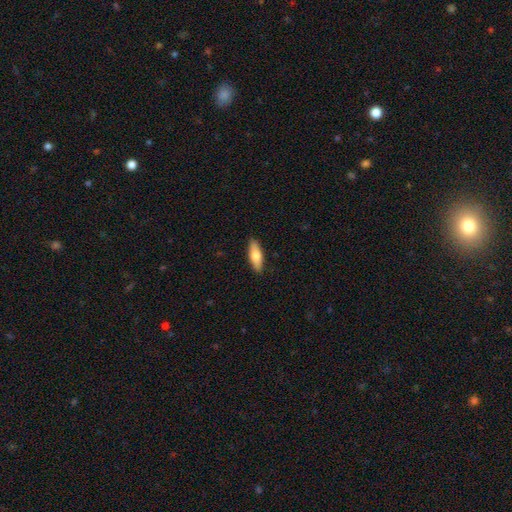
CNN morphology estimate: Smooth or featured: smooth — 70% (featured or disk — 24%)
How rounded: in between — 59% (cigar-shaped — 39%)
Merging: none — 90% (minor disturbance — 8%)